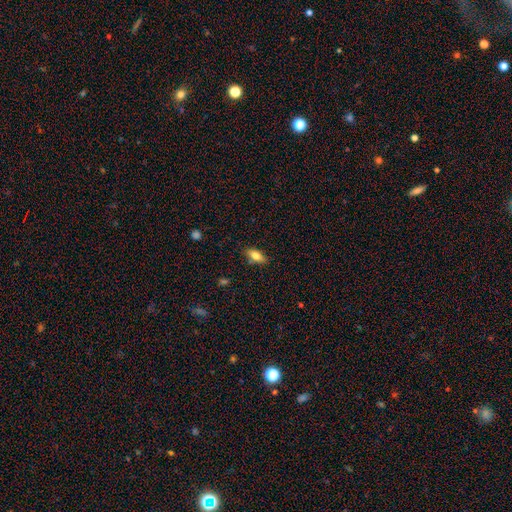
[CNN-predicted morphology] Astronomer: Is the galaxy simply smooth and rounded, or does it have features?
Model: smooth — 74%.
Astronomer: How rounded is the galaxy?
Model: in between — 80%.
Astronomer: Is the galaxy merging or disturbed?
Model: none — 83%.